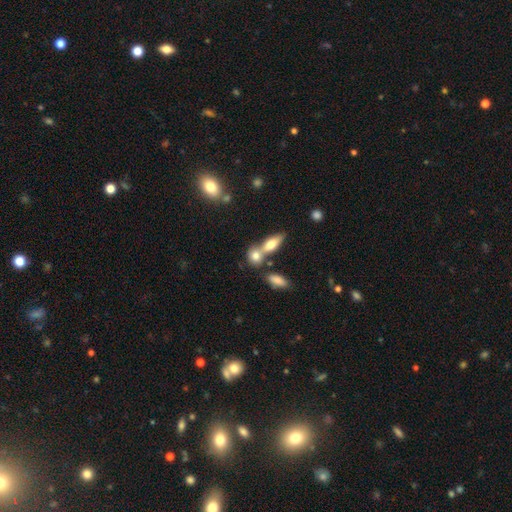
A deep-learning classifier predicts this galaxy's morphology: Q: Smooth or featured?
A: smooth (76%); runner-up: featured or disk (15%)
Q: How rounded?
A: in between (56%); runner-up: round (34%)
Q: Merging?
A: merger (46%); runner-up: none (40%)